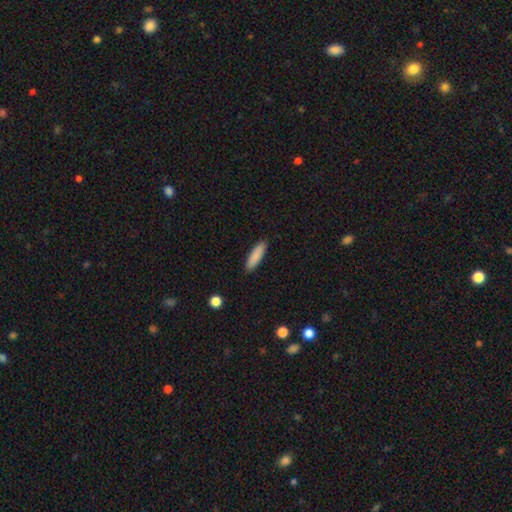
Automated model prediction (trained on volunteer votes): smooth-or-featured: smooth: 87% | featured or disk: 7% | star or artifact: 6%
  how-rounded: cigar-shaped: 66% | in between: 32% | round: 1%
  merging: none: 89% | minor disturbance: 9% | major disturbance: 2% | merger: 1%